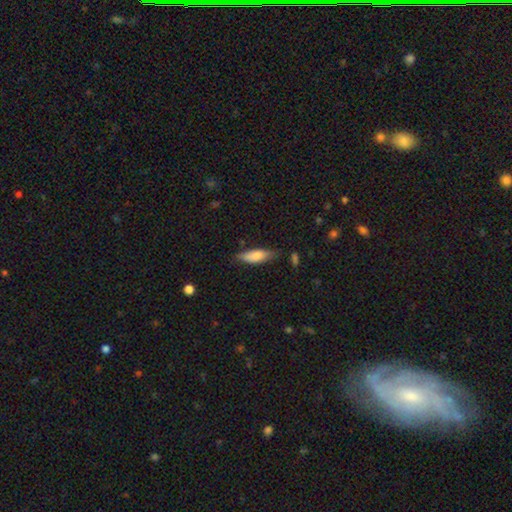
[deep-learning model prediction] smooth 80%, featured or disk 14%, star or artifact 6%. Down the decision tree: how rounded — in between (55%); merging — none (72%).